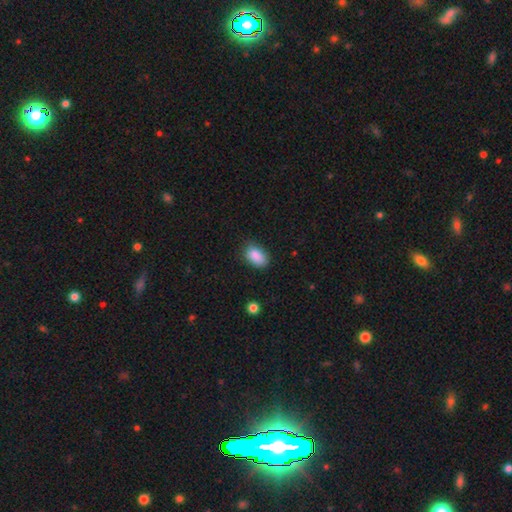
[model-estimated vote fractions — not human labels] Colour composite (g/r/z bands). It shows a smooth galaxy with no disk features (88%) that is in between round and cigar-shaped (91%). Merging: none (78%).